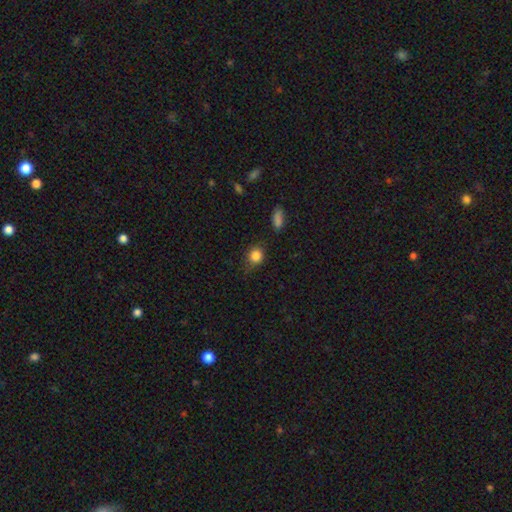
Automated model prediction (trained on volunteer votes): This is clearly a smooth galaxy (84%). How rounded: likely round (75%). Merging: likely none (70%).